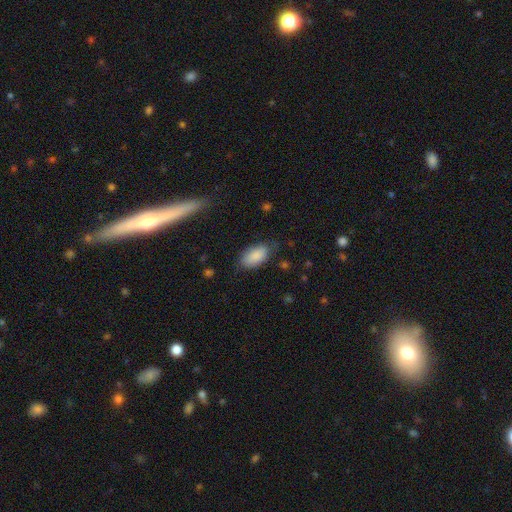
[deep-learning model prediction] Smooth or featured: smooth — 88% (star or artifact — 7%)
How rounded: in between — 93% (cigar-shaped — 4%)
Merging: none — 71% (minor disturbance — 21%)